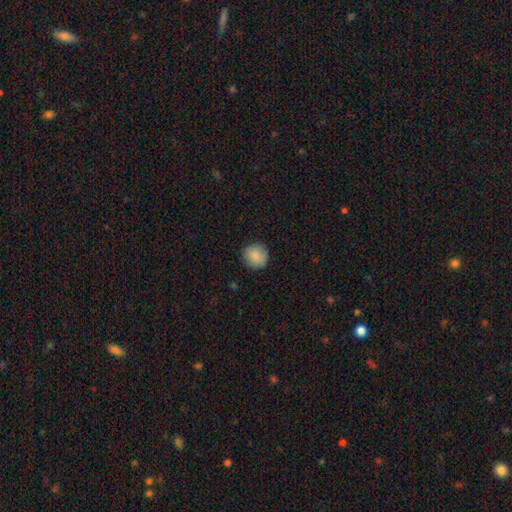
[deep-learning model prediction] A smooth galaxy with no disk features (87%) that is round (93%). Merging: none (88%).